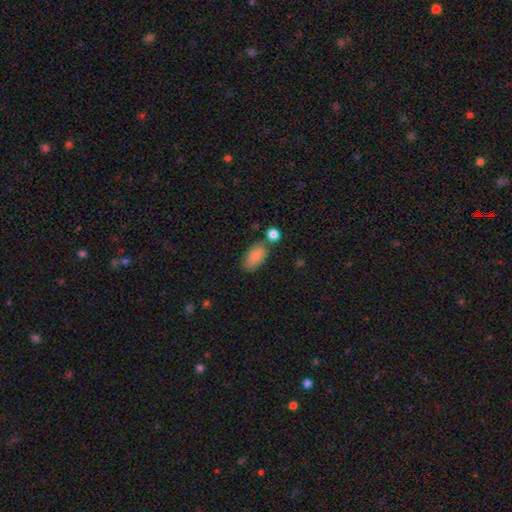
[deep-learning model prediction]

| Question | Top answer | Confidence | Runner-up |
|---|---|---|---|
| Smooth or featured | smooth | 86% | star or artifact (7%) |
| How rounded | in between | 92% | round (4%) |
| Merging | none | 62% | minor disturbance (19%) |